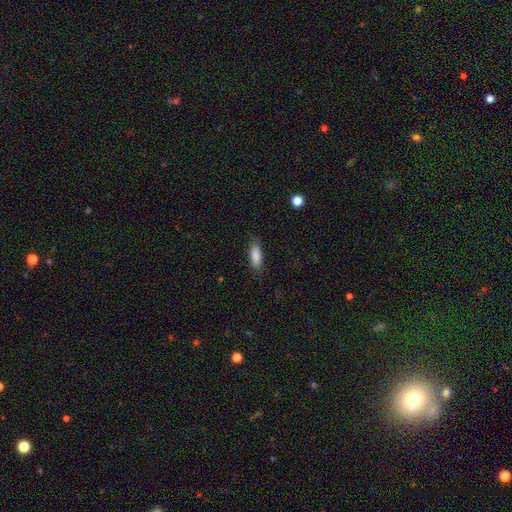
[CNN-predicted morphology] Smooth or featured? Predicted: smooth (p=0.87). How rounded? Predicted: in between (p=0.71). Merging? Predicted: none (p=0.84).